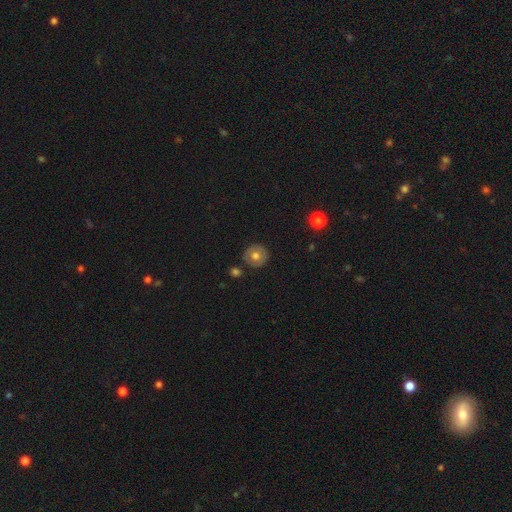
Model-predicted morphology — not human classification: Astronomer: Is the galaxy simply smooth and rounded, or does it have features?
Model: smooth — 67%.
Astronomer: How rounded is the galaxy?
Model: round — 93%.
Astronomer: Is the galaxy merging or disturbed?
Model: none — 87%.